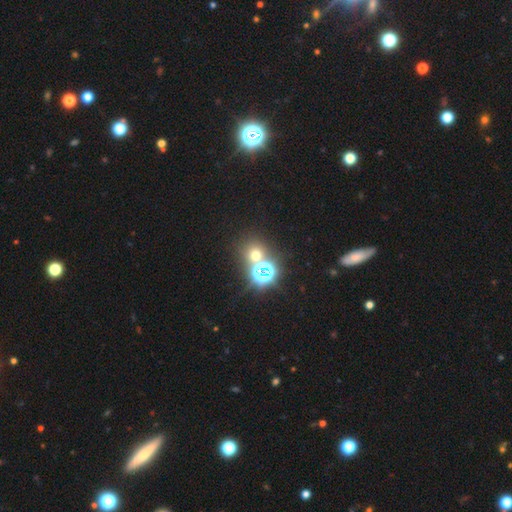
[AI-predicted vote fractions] Smooth or featured: smooth — 49% (star or artifact — 43%)
Merging: none — 69% (merger — 20%)